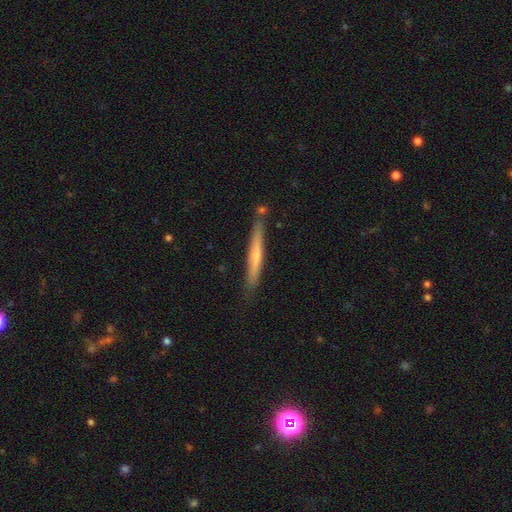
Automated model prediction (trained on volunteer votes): smooth-or-featured: featured or disk: 47% (tied) | smooth: 47% (tied) | star or artifact: 6%
  merging: none: 83% | minor disturbance: 12% | merger: 4% | major disturbance: 2%